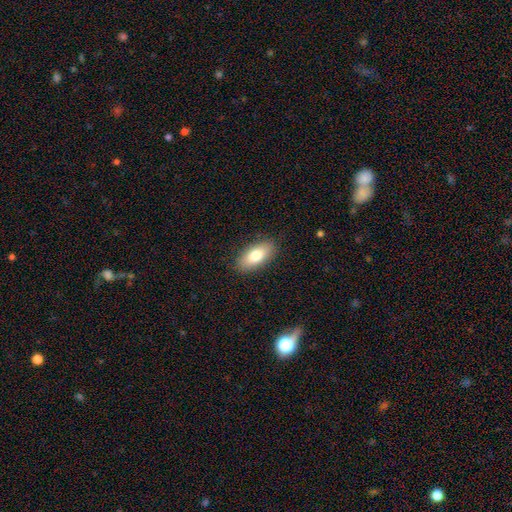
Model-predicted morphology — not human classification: smooth-or-featured: smooth: 79% | featured or disk: 15% | star or artifact: 7%
  how-rounded: in between: 89% | cigar-shaped: 8% | round: 3%
  merging: none: 88% | minor disturbance: 9% | major disturbance: 2% | merger: 1%